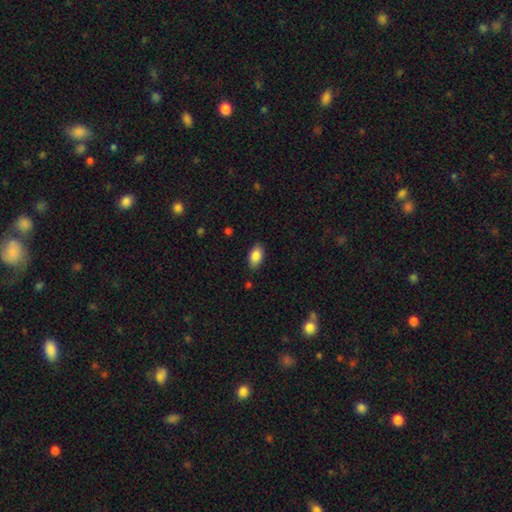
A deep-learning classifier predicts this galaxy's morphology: Overall: smooth (86%). How rounded: in between (93%). Merging: none (85%).